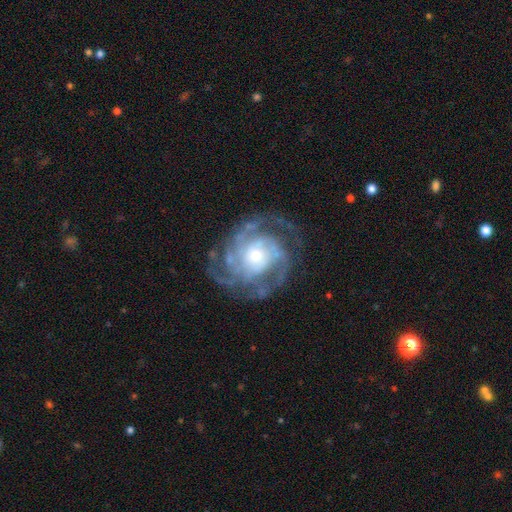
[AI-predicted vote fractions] A featured or disk galaxy (89%) with no bar (74%), 3 (25%) tight (61%) spiral arms (96%) and a small central bulge (47%). Merging: none (73%).